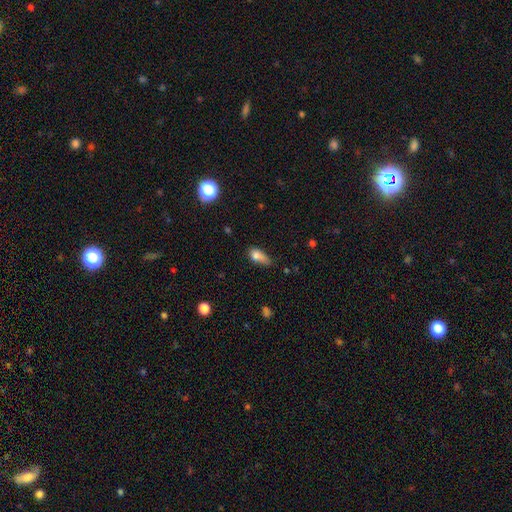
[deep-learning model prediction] Smooth or featured? Predicted: smooth (p=0.78). How rounded? Predicted: in between (p=0.78). Merging? Predicted: minor disturbance (p=0.42).